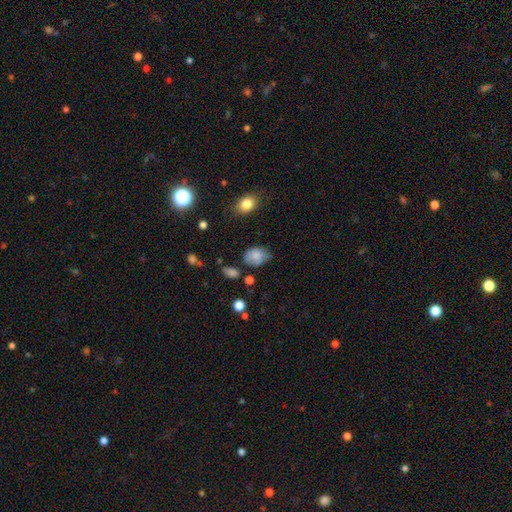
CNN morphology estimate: This is likely a smooth galaxy (80%). How rounded: likely in between (75%). Merging: possibly none (55%).